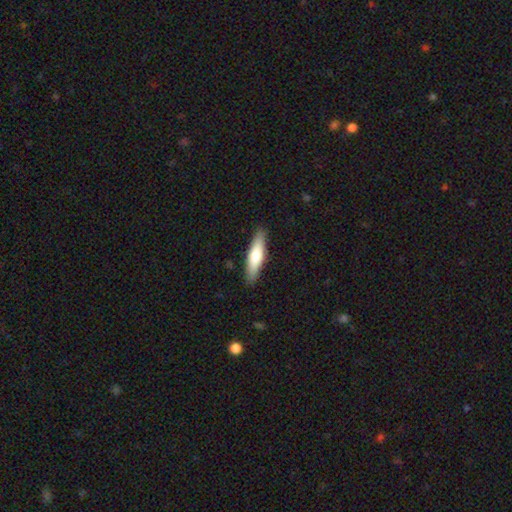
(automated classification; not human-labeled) Smooth or featured? smooth (64%)
How rounded? cigar-shaped (72%)
Merging? none (89%)